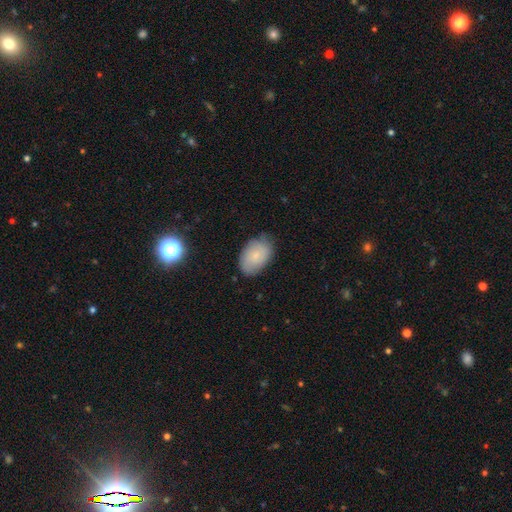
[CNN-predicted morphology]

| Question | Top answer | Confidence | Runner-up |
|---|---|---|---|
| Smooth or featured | smooth | 70% | featured or disk (22%) |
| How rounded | in between | 87% | round (12%) |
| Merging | none | 77% | minor disturbance (18%) |